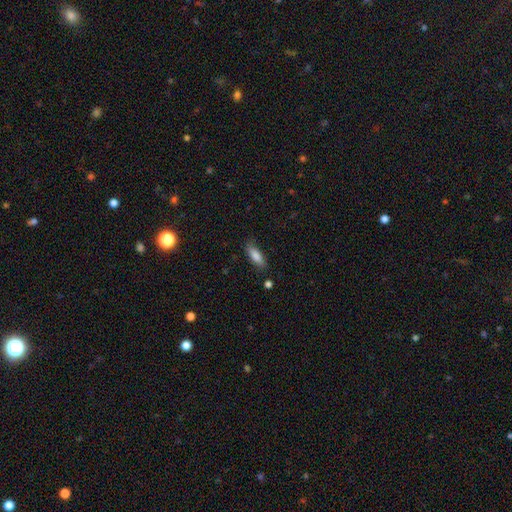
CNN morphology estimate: Smooth or featured? smooth (84%)
How rounded? in between (63%)
Merging? none (79%)